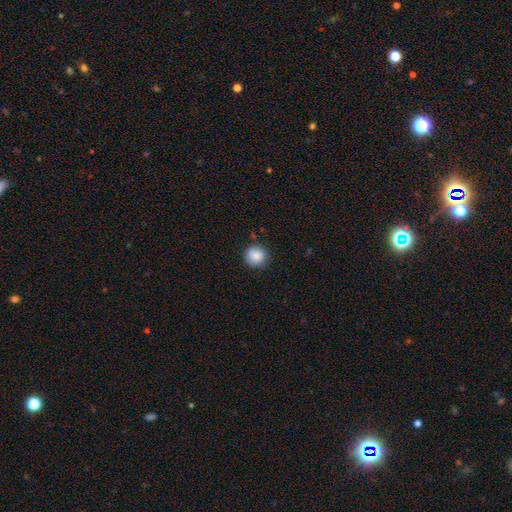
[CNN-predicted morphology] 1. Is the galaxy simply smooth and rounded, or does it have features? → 87% smooth, 9% star or artifact, 5% featured or disk.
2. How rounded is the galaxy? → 90% round, 9% in between, 1% cigar-shaped.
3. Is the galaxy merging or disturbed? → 82% none, 13% minor disturbance, 3% major disturbance, 2% merger.